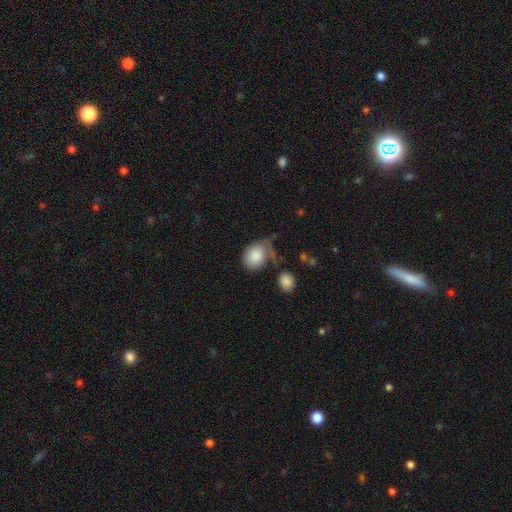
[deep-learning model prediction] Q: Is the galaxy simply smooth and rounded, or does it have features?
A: smooth — 84%.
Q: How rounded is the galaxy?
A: in between — 59%.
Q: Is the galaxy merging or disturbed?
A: none — 39%.